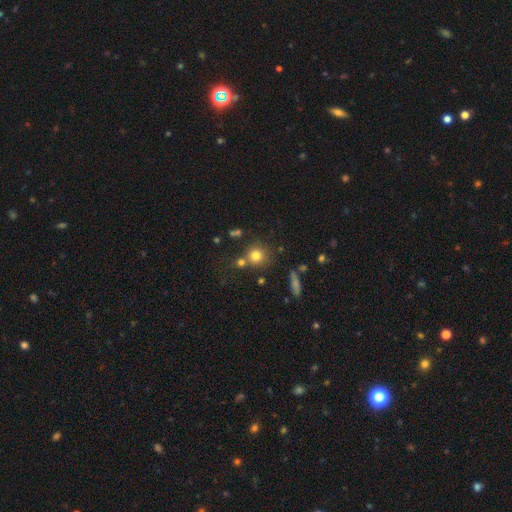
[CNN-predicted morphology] The model was most divided on "merging": none: 66%, merger: 19%, minor disturbance: 11%, major disturbance: 4%. More confident: how rounded — round (89%); smooth or featured — smooth (77%).